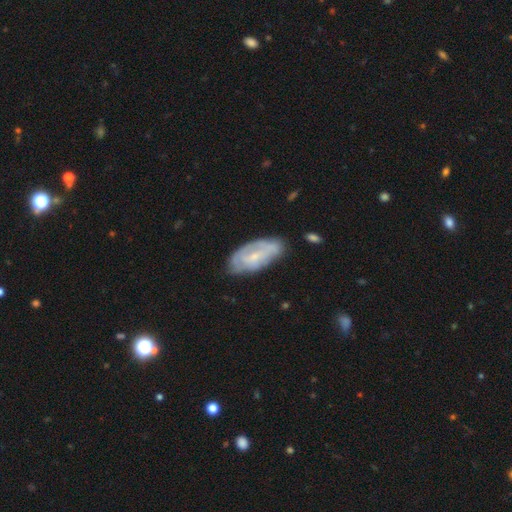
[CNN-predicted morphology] featured or disk 59%, smooth 34%, star or artifact 7%. Down the decision tree: edge-on disk — no (91%); bar — no (53%); spiral arms — yes (64%); bulge size — small (63%); merging — none (64%).